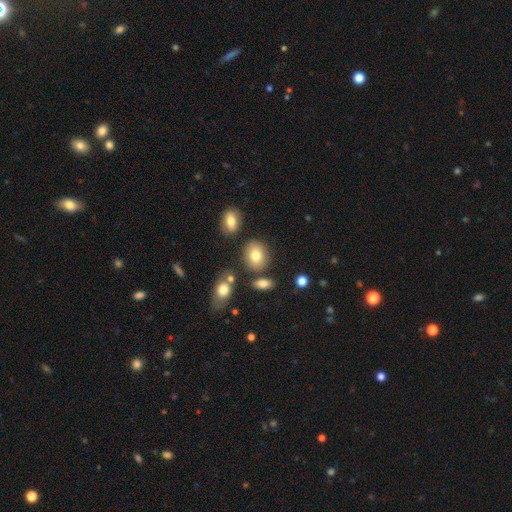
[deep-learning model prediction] This appears to be a smooth galaxy with no disk features (78%) that is round (59%). Merging: none (78%).